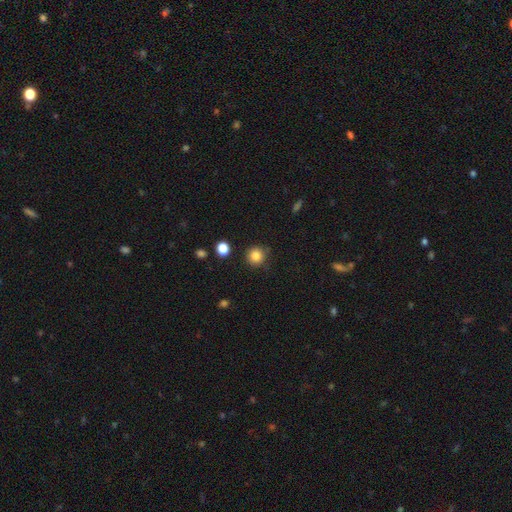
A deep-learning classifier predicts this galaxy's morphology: type=smooth (84%); roundness=round (93%); merging=none (86%).